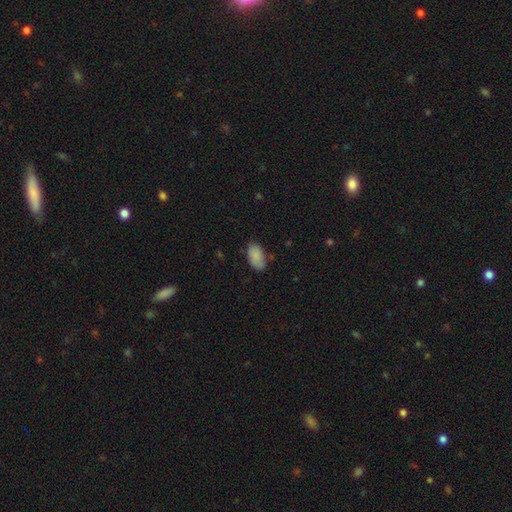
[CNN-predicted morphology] Smooth or featured: smooth — 87% (star or artifact — 7%)
How rounded: in between — 95% (round — 3%)
Merging: none — 75% (minor disturbance — 19%)